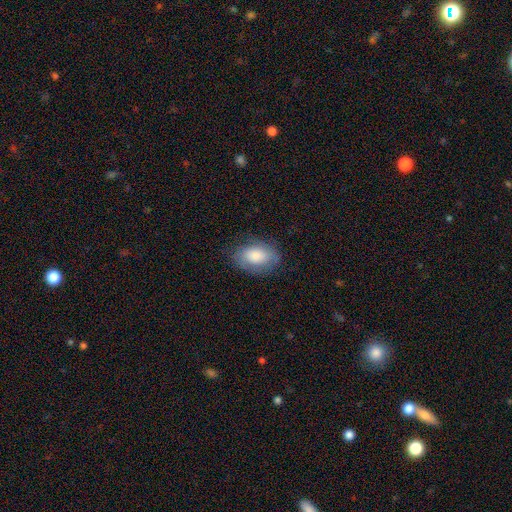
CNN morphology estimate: smooth-or-featured: smooth: 77% | featured or disk: 16% | star or artifact: 7%
  how-rounded: in between: 89% | round: 10% | cigar-shaped: 1%
  merging: none: 76% | minor disturbance: 17% | major disturbance: 6% | merger: 1%